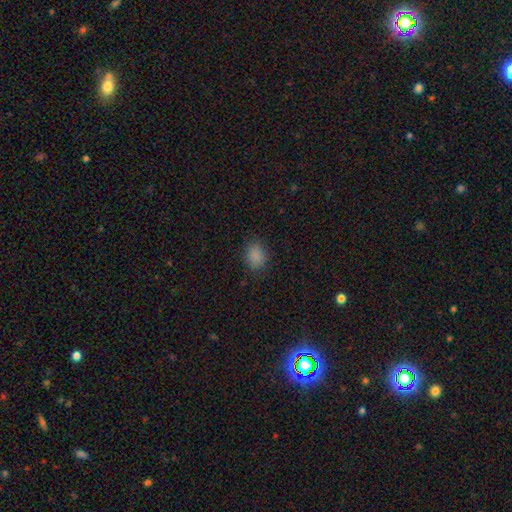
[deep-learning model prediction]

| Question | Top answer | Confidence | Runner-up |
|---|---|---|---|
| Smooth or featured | smooth | 85% | star or artifact (12%) |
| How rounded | in between | 53% | round (46%) |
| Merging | none | 83% | minor disturbance (12%) |